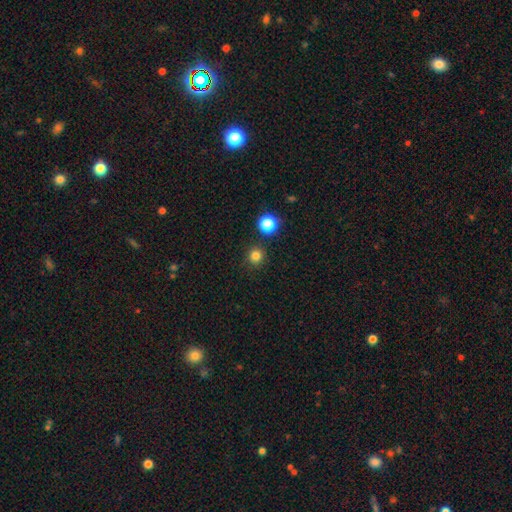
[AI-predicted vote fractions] Smooth or featured: smooth — 81% (star or artifact — 15%)
How rounded: round — 94% (in between — 5%)
Merging: none — 89% (minor disturbance — 6%)